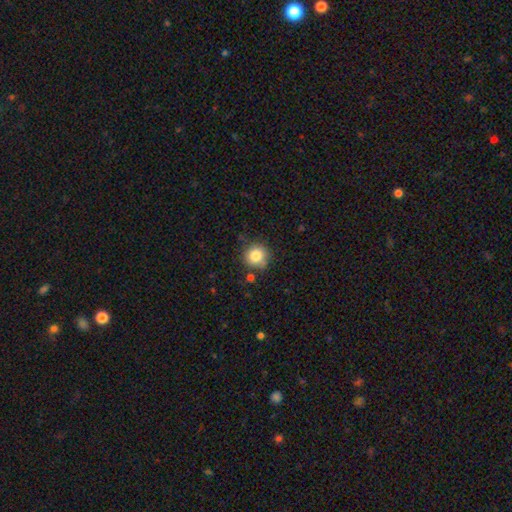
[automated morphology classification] A smooth galaxy with no disk features (83%) that is round (92%). Merging: none (80%).